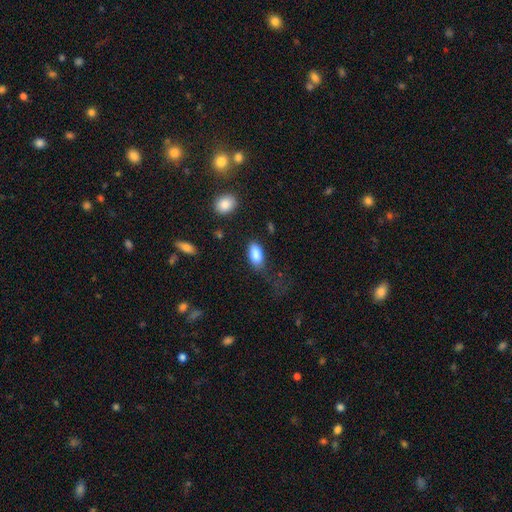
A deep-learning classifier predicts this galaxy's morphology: Overall: smooth (86%). How rounded: in between (92%). Merging: none (55%; minor disturbance 25%).